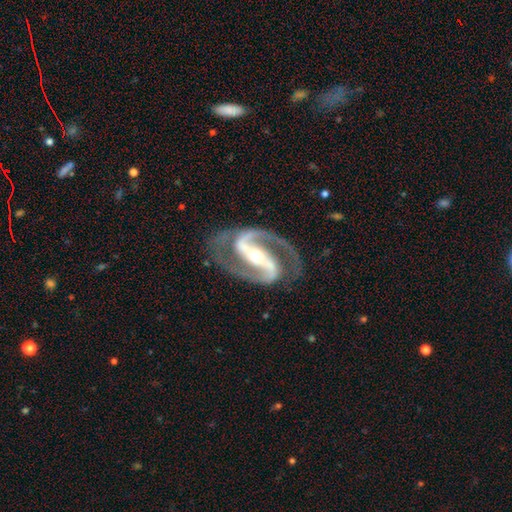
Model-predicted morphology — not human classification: Smooth or featured? featured or disk (94%)
Edge-on disk? no (97%)
Bar? strong (75%)
Spiral arms? yes (98%)
Spiral winding? medium (64%)
Spiral arm count? 2 (94%)
Bulge size? moderate (51%)
Merging? none (83%)